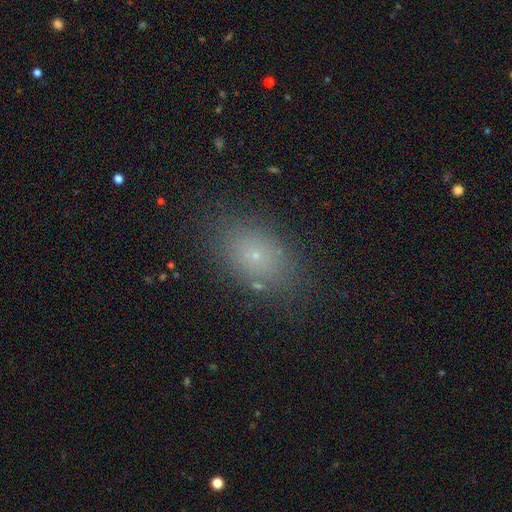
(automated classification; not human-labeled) This appears to be a smooth galaxy with no disk features (69%) that is in between round and cigar-shaped (79%). Merging: none (83%).